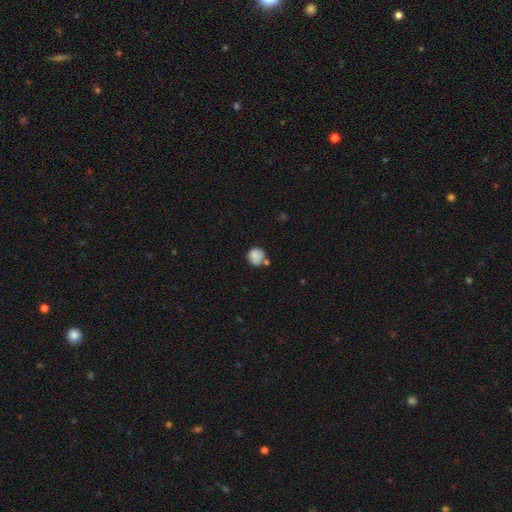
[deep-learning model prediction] A smooth galaxy with no disk features (83%) that is round (88%).

Vote fractions:
- Smooth or featured? smooth: 83% / featured or disk: 9% / star or artifact: 8%
- How rounded? round: 88% / in between: 11% / cigar-shaped: 1%
- Merging? none: 60% / minor disturbance: 19% / merger: 16% / major disturbance: 5%